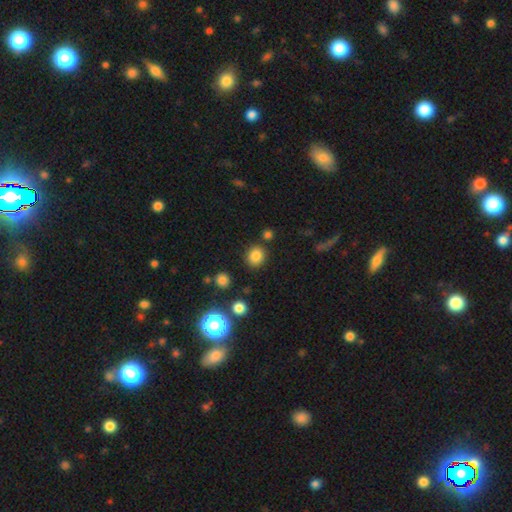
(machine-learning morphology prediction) type=smooth (82%); roundness=round (79%); merging=none (84%).